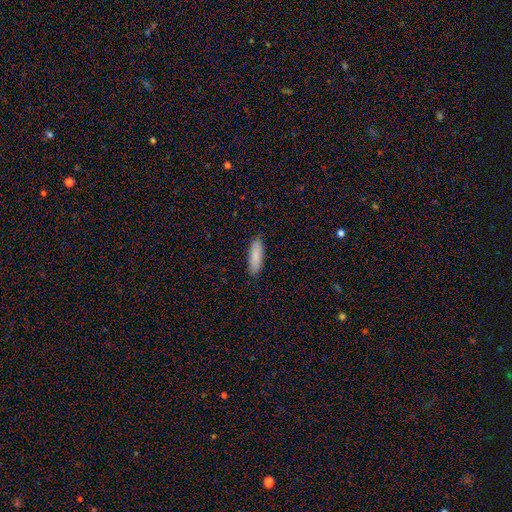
Smooth or featured: smooth — 92% (star or artifact — 5%)
How rounded: cigar-shaped — 66% (in between — 31%)
Merging: none — 89% (minor disturbance — 6%)